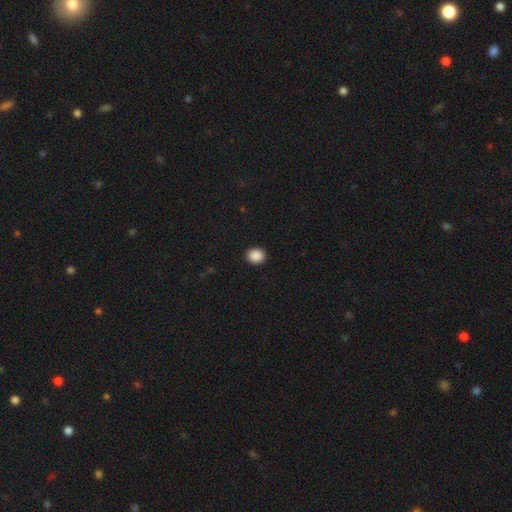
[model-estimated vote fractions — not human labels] smooth-or-featured: smooth: 89% | star or artifact: 9% | featured or disk: 2%
  how-rounded: round: 72% | in between: 28% | cigar-shaped: 1%
  merging: none: 92% | minor disturbance: 5% | major disturbance: 2% | merger: 1%